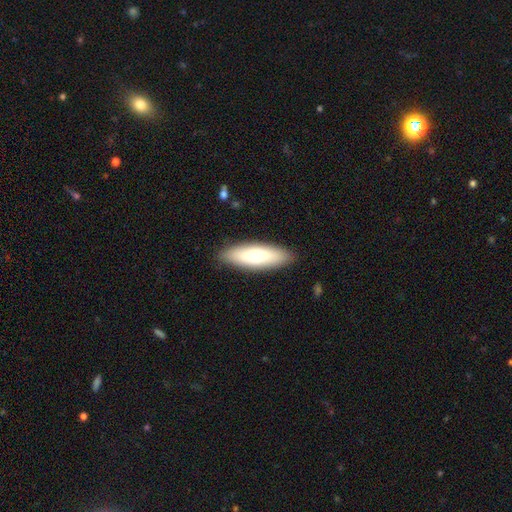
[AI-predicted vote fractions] Q: Smooth or featured?
A: smooth (68%); runner-up: featured or disk (26%)
Q: How rounded?
A: in between (55%); runner-up: cigar-shaped (43%)
Q: Merging?
A: none (88%); runner-up: minor disturbance (8%)